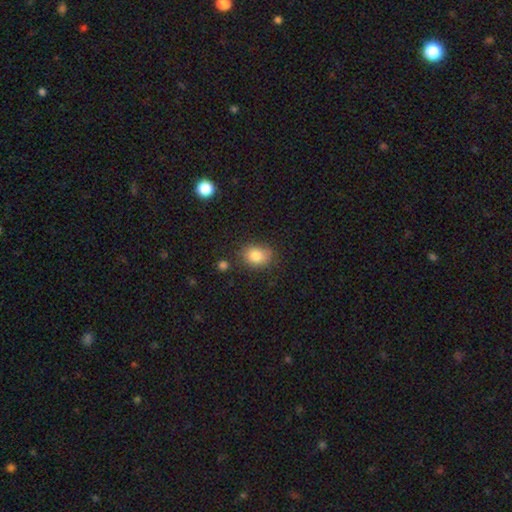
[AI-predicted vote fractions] smooth 84%, star or artifact 9%, featured or disk 7%. Down the decision tree: how rounded — in between (53%); merging — none (74%).